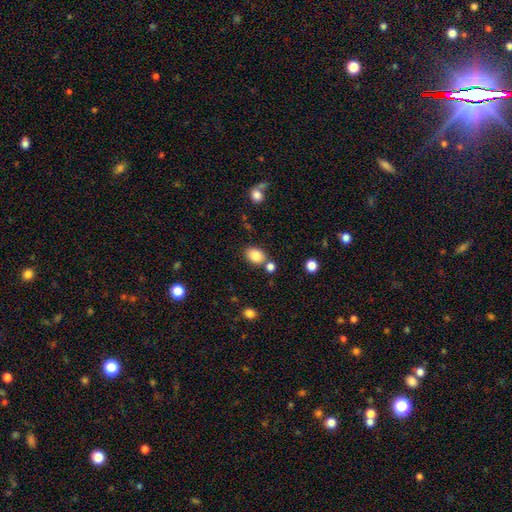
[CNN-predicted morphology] Smooth or featured: smooth — 85% (star or artifact — 9%)
How rounded: in between — 71% (round — 28%)
Merging: none — 72% (merger — 14%)